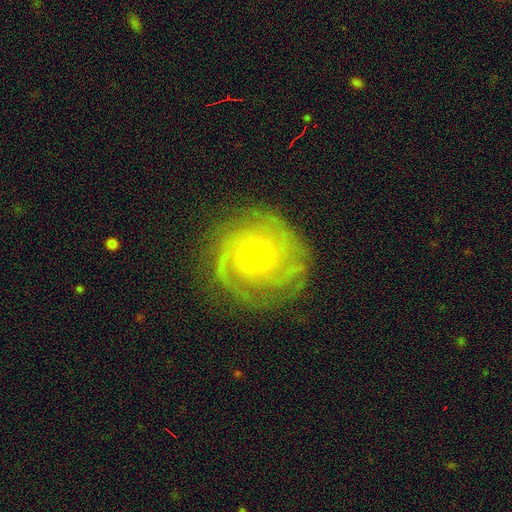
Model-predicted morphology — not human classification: This is clearly a featured or disk galaxy (85%). It is clearly not viewed edge-on (97%). Bar: likely no (71%). Spiral arm pattern: clearly yes (97%). Spiral arm count: marginally 2 (31%). Spiral winding: likely tight (66%). Central bulge: likely small (69%). Merging: likely none (79%).